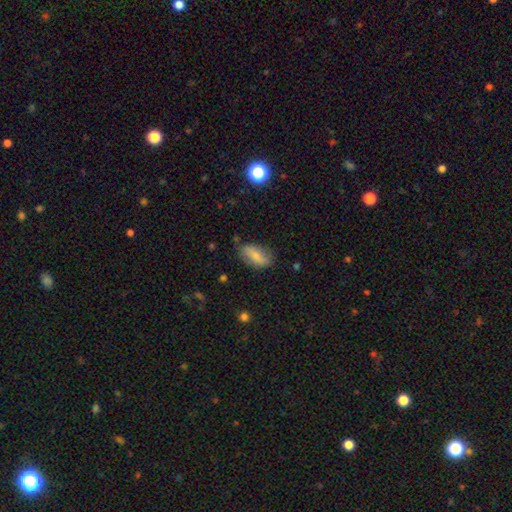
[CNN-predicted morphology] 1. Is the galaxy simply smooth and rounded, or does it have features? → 68% smooth, 25% featured or disk, 7% star or artifact.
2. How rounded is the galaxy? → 87% in between, 8% cigar-shaped, 4% round.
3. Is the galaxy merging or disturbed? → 77% none, 17% minor disturbance, 4% major disturbance, 2% merger.